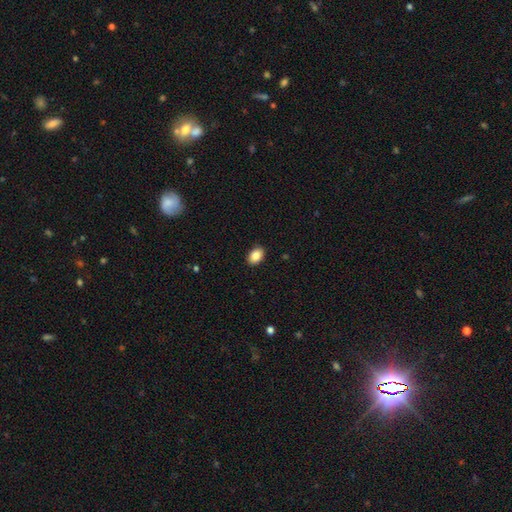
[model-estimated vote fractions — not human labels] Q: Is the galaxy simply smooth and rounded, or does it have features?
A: smooth — 87%.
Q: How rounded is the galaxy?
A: in between — 82%.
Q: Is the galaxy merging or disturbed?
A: none — 90%.